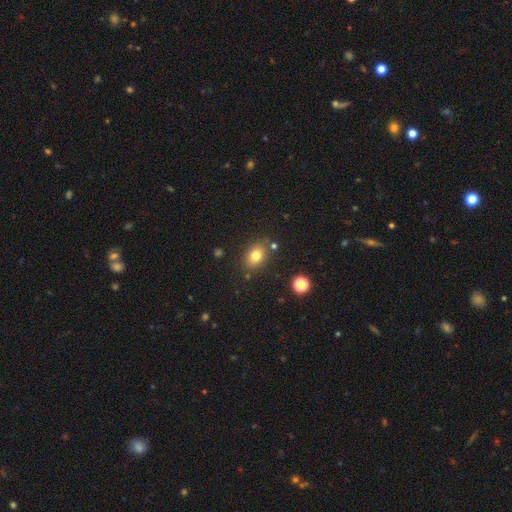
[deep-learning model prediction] This appears to be a smooth galaxy with no disk features (79%) that is in between round and cigar-shaped (72%). Merging: none (80%).